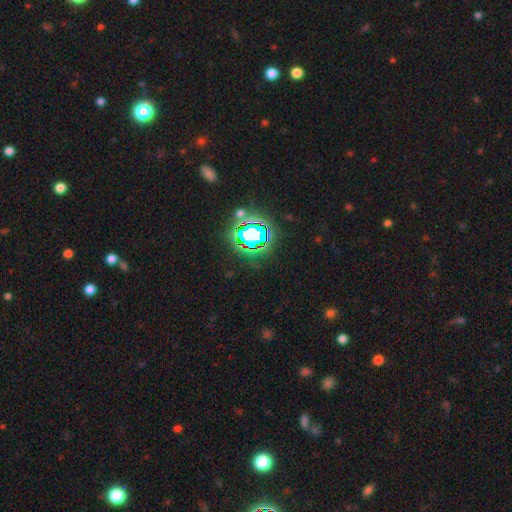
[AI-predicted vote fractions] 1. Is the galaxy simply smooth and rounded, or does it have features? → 80% star or artifact, 12% smooth, 7% featured or disk.